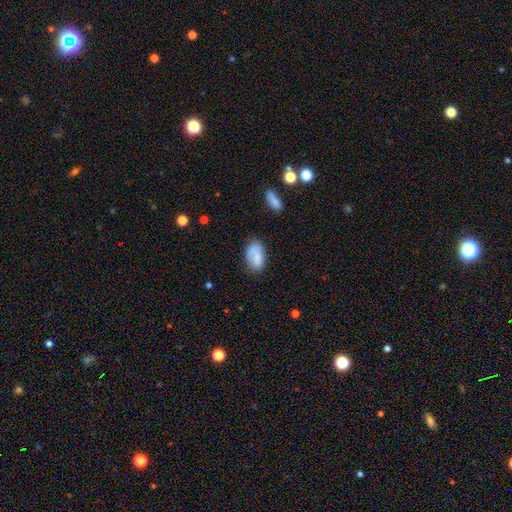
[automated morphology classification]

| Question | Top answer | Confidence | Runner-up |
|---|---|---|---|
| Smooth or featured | smooth | 75% | featured or disk (17%) |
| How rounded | in between | 93% | round (5%) |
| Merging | none | 59% | minor disturbance (24%) |